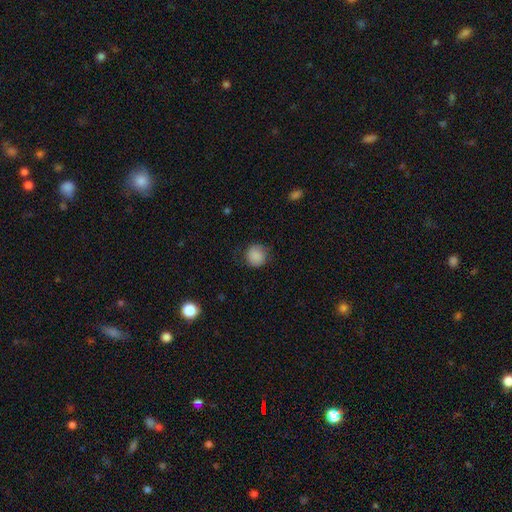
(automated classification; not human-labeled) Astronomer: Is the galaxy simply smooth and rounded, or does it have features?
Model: smooth — 87%.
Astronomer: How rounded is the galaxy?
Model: round — 90%.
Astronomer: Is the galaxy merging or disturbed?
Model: none — 80%.